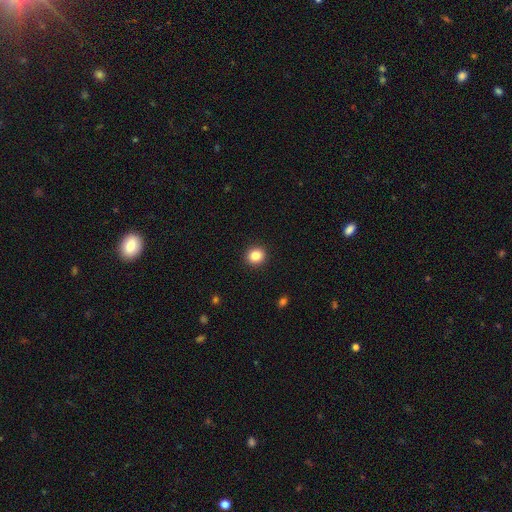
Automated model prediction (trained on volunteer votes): Smooth or featured: smooth — 85% (star or artifact — 10%)
How rounded: round — 87% (in between — 12%)
Merging: none — 93% (minor disturbance — 5%)